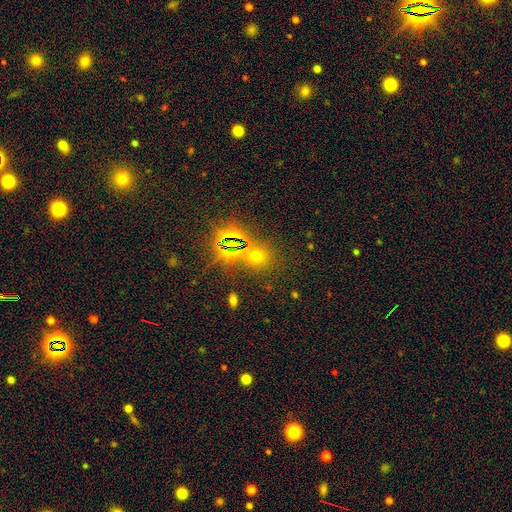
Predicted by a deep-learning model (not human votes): This is possibly a smooth galaxy (47%). Merging: likely none (75%).